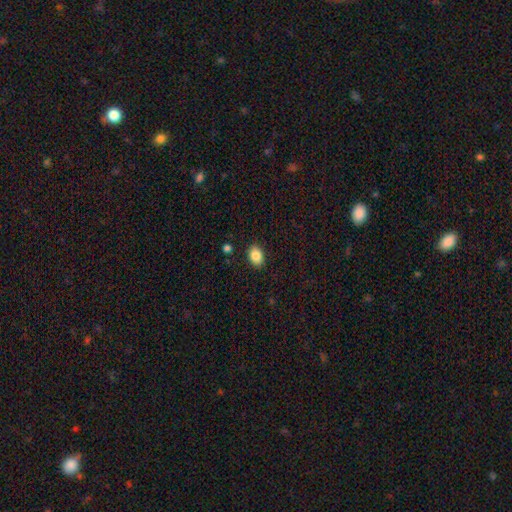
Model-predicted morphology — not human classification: Smooth or featured? smooth (86%)
How rounded? in between (79%)
Merging? none (88%)